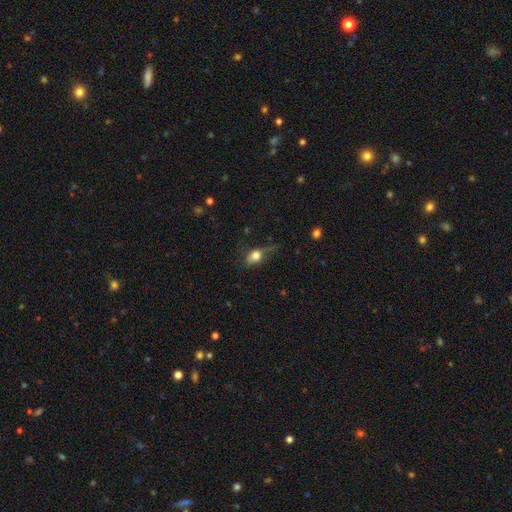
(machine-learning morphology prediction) Smooth or featured? smooth (73%)
How rounded? in between (69%)
Merging? none (42%)